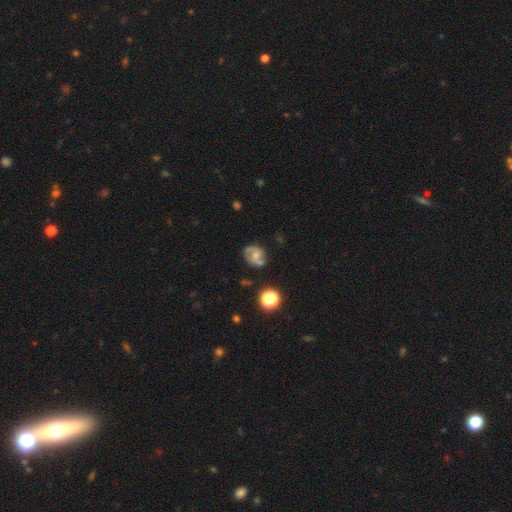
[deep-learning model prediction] Morphology: type=featured or disk (64%); edge-on=no (98%); bar=no (53%); spiral arms=yes (83%); winding=medium (48%); arm count=2 (76%); bulge=moderate (40%); merging=none (61%).